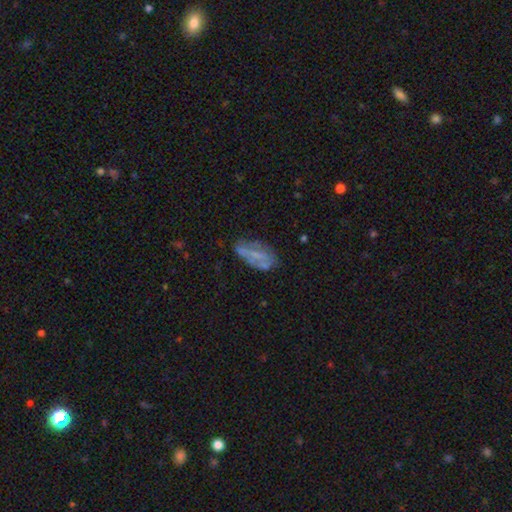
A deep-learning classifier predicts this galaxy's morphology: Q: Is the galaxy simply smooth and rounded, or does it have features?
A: featured or disk — 48%.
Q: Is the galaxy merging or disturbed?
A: none — 56%.